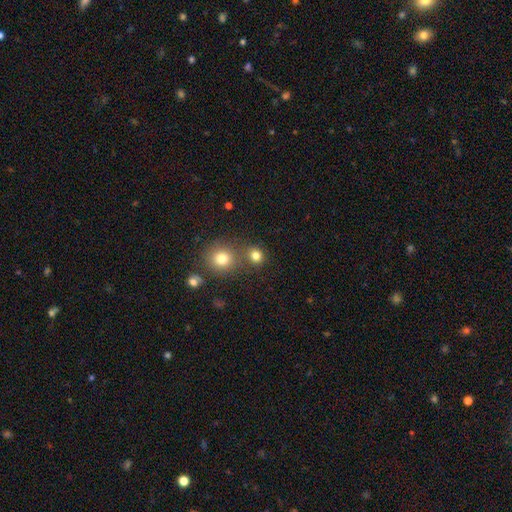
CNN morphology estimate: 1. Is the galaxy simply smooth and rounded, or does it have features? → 79% smooth, 15% star or artifact, 6% featured or disk.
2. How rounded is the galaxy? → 86% round, 13% in between, 1% cigar-shaped.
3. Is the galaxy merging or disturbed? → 67% none, 22% merger, 8% minor disturbance, 3% major disturbance.